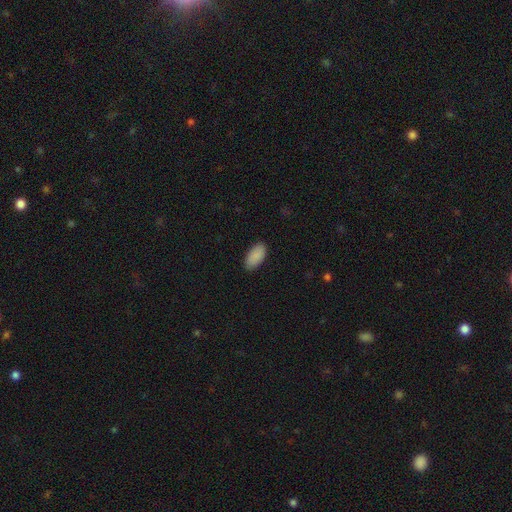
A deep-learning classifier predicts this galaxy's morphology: Q: Smooth or featured?
A: smooth (90%); runner-up: star or artifact (6%)
Q: How rounded?
A: in between (95%); runner-up: cigar-shaped (3%)
Q: Merging?
A: none (87%); runner-up: minor disturbance (11%)